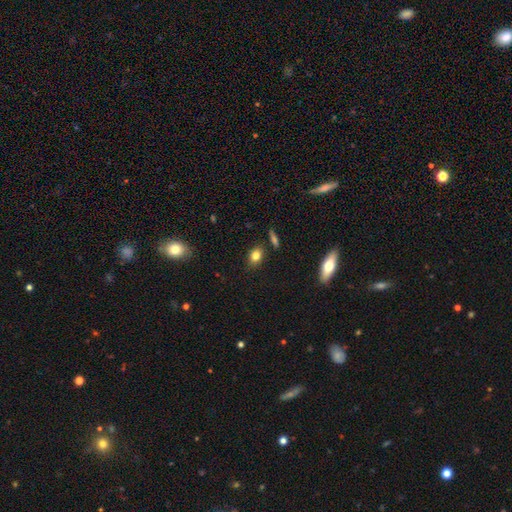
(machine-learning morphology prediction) Smooth or featured: smooth — 81% (star or artifact — 10%)
How rounded: in between — 62% (round — 35%)
Merging: none — 82% (minor disturbance — 12%)